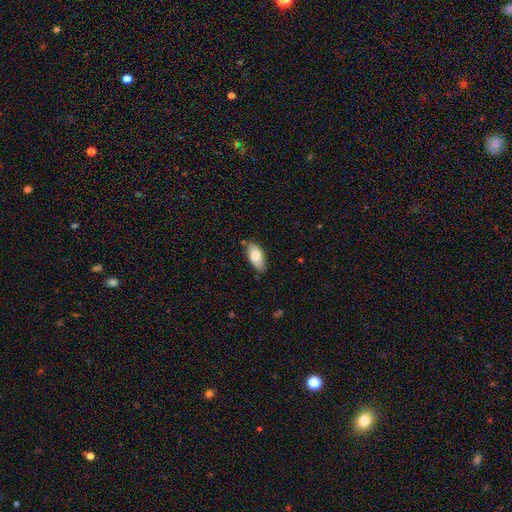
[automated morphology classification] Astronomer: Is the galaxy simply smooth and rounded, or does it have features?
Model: smooth — 79%.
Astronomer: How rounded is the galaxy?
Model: in between — 91%.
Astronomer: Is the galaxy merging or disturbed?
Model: none — 77%.